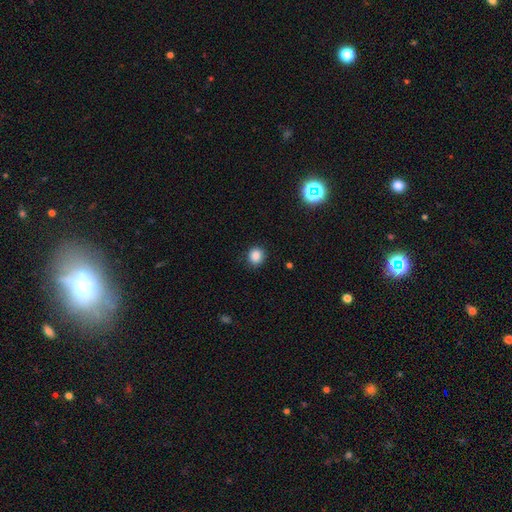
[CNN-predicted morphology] smooth 86%, star or artifact 11%, featured or disk 3%. Down the decision tree: how rounded — round (86%); merging — none (88%).